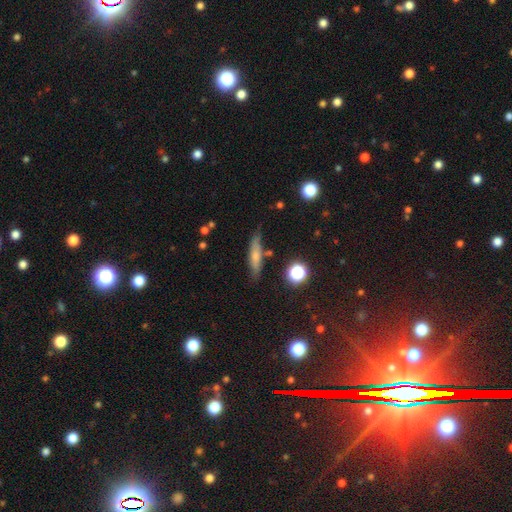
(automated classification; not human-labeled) Smooth or featured: smooth — 60% (featured or disk — 30%)
How rounded: cigar-shaped — 73% (in between — 23%)
Merging: none — 71% (minor disturbance — 19%)